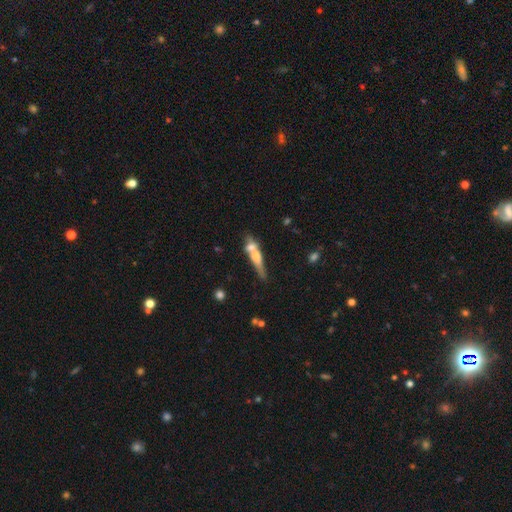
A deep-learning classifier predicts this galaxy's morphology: type=smooth (48%); merging=merger (40%).